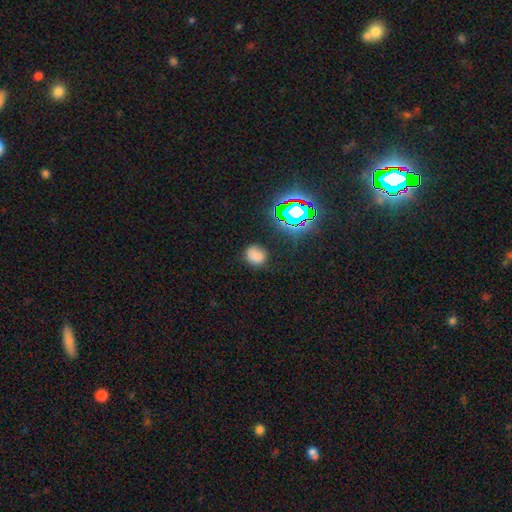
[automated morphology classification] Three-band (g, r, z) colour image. It shows a smooth galaxy with no disk features (72%) that is round (67%). Merging: none (78%).